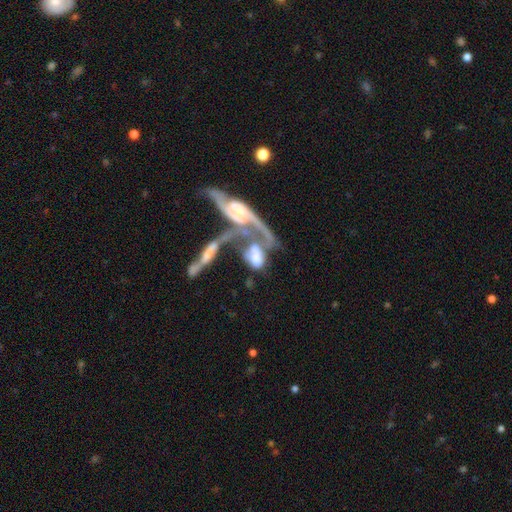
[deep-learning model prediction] Smooth or featured: featured or disk — 56% (smooth — 35%)
Edge-on disk: no — 88% (yes — 12%)
Merging: merger — 75% (major disturbance — 13%)